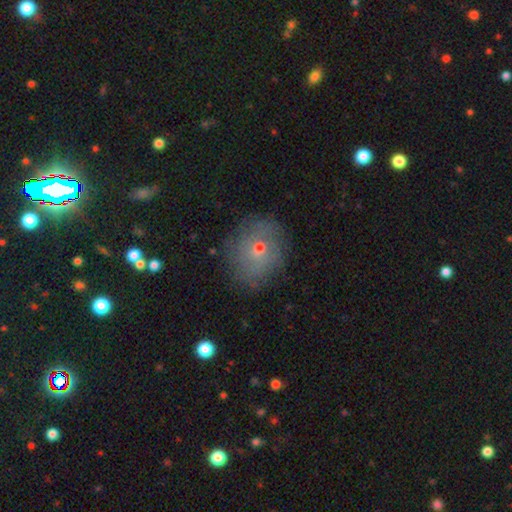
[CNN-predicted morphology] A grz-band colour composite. It shows a smooth galaxy with no disk features (52%) that is round (64%). Merging: none (78%).